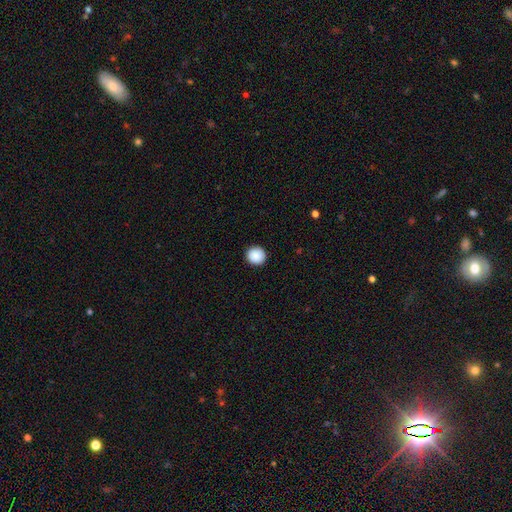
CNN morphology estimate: Smooth or featured? Predicted: smooth (p=0.89). How rounded? Predicted: round (p=0.93). Merging? Predicted: none (p=0.93).